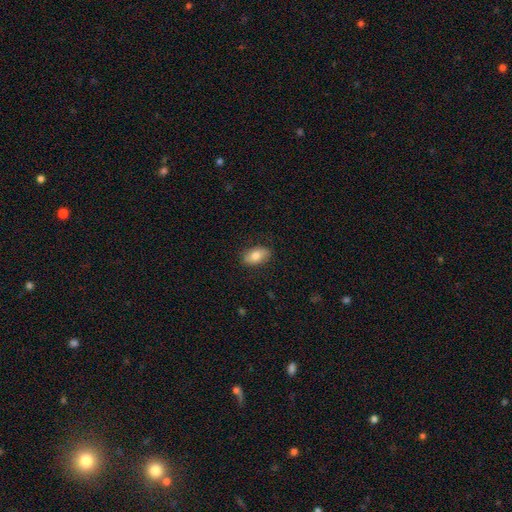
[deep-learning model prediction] Morphology: type=smooth (80%); roundness=in between (91%); merging=none (85%).